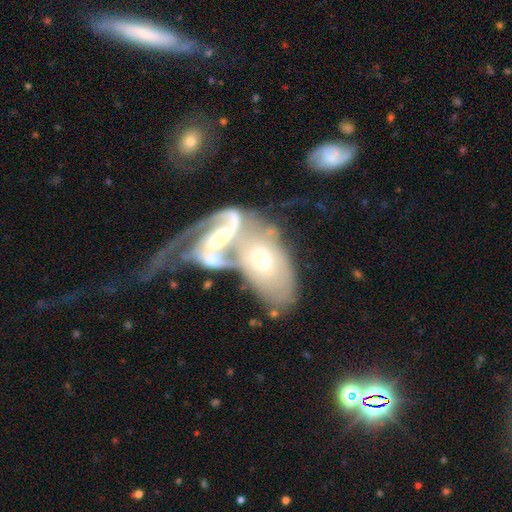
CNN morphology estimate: smooth_or_featured: featured or disk (p=0.72) [alt: smooth p=0.19]
disk_edge_on: no (p=0.91) [alt: yes p=0.09]
bar: no (p=0.60) [alt: weak p=0.26]
has_spiral_arms: yes (p=0.77) [alt: no p=0.23]
spiral_winding: tight (p=0.39) [alt: medium p=0.33]
spiral_arm_count: 2 (p=0.42) [alt: can't tell p=0.34]
bulge_size: moderate (p=0.53) [alt: small p=0.34]
merging: merger (p=0.73) [alt: major disturbance p=0.12]